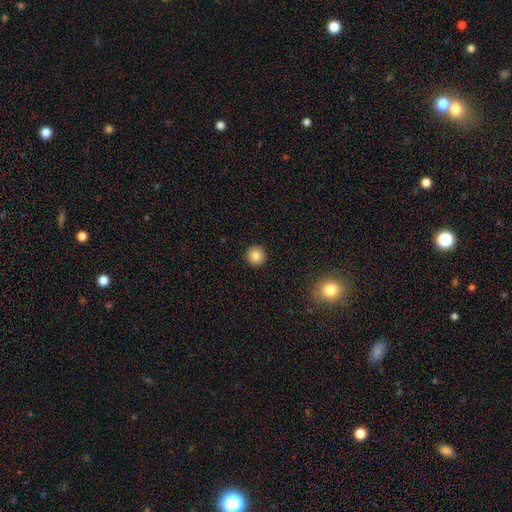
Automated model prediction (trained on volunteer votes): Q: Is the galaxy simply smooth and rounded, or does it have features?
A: smooth — 85%.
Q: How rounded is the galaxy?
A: round — 96%.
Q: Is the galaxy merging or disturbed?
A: none — 93%.